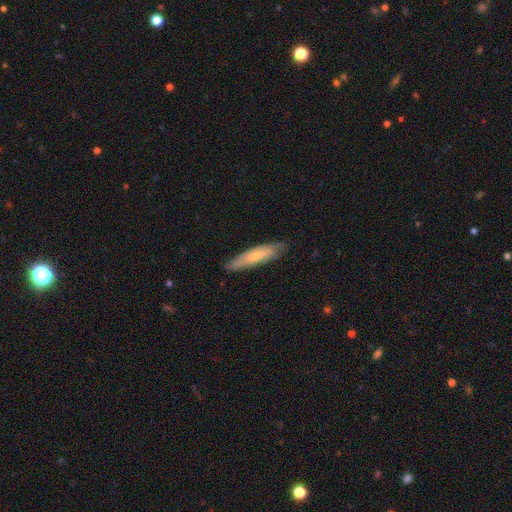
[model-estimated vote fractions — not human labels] Smooth or featured? smooth (60%)
How rounded? cigar-shaped (77%)
Merging? none (79%)